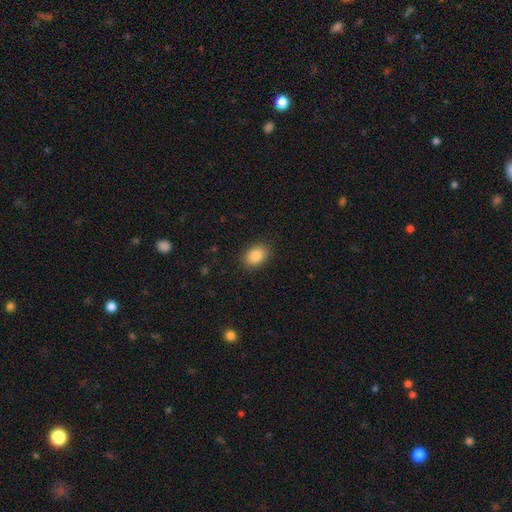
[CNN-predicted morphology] smooth-or-featured: smooth: 88% | star or artifact: 8% | featured or disk: 4%
  how-rounded: in between: 75% | round: 24% | cigar-shaped: 1%
  merging: none: 88% | minor disturbance: 9% | major disturbance: 3% | merger: 1%